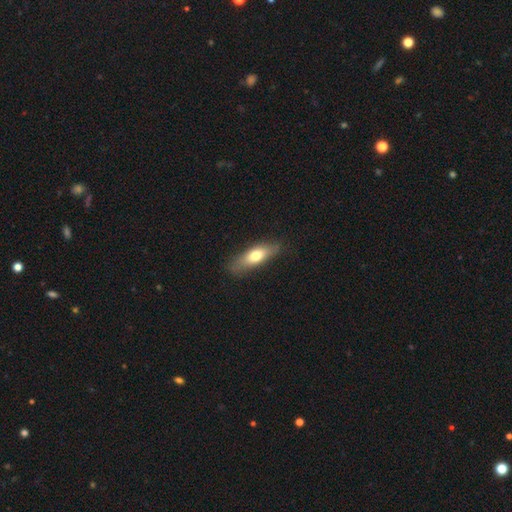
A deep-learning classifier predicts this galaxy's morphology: Smooth or featured? smooth (65%)
How rounded? in between (54%)
Merging? none (80%)